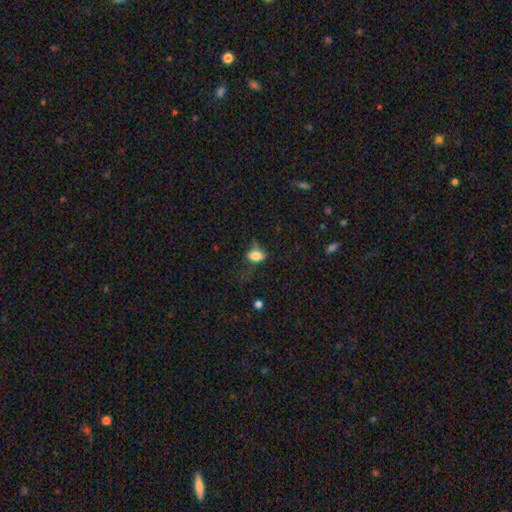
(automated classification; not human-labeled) Smooth or featured: smooth — 77% (featured or disk — 13%)
How rounded: in between — 79% (round — 18%)
Merging: none — 41% (minor disturbance — 31%)